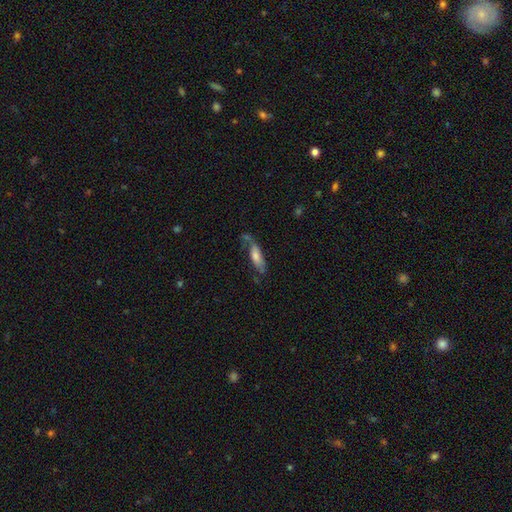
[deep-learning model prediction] This appears to be a smooth galaxy with no disk features (50%) that is cigar-shaped (55%). Merging: none (50%).